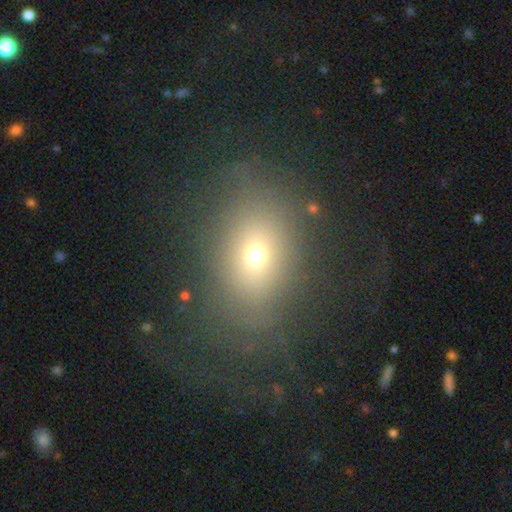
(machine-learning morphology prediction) smooth 59%, featured or disk 24%, star or artifact 17%. Down the decision tree: how rounded — in between (56%); merging — none (56%).